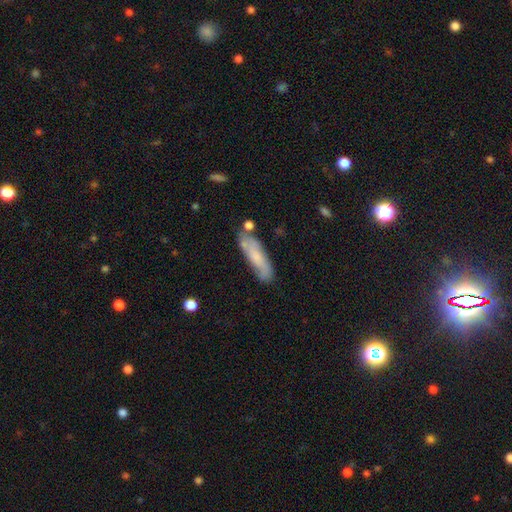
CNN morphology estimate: This appears to be a smooth galaxy with no disk features (58%) that is cigar-shaped (66%). Merging: none (66%).